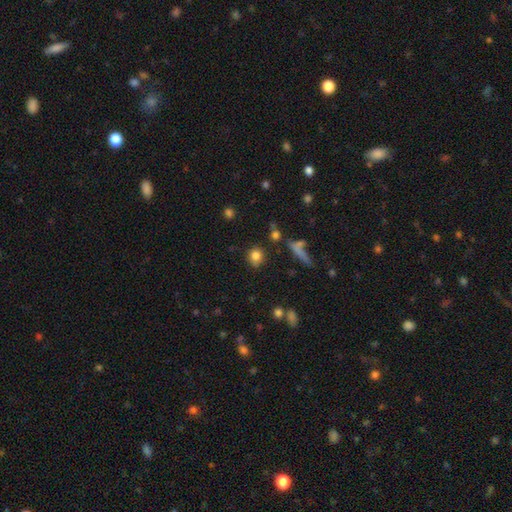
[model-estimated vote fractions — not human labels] A smooth galaxy with no disk features (82%) that is round (76%). Merging: none (79%).